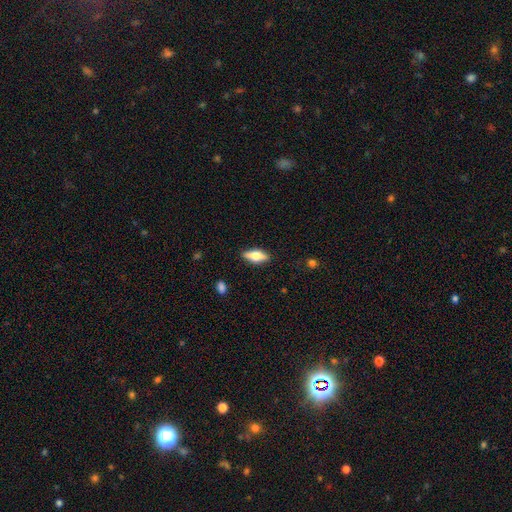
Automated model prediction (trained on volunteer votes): A smooth galaxy with no disk features (54%) that is in between round and cigar-shaped (69%). Merging: none (87%).